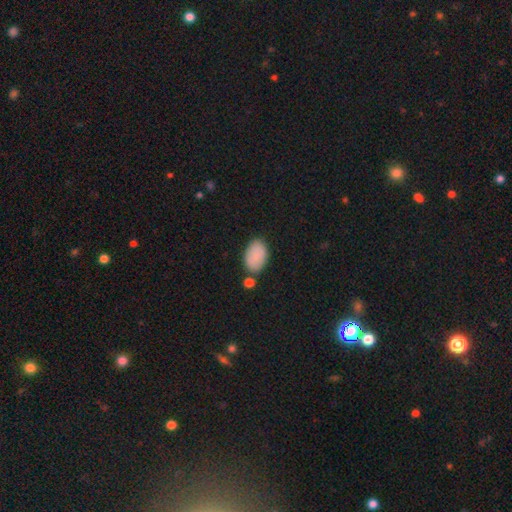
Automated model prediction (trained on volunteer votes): Smooth or featured? smooth (86%)
How rounded? in between (92%)
Merging? none (72%)